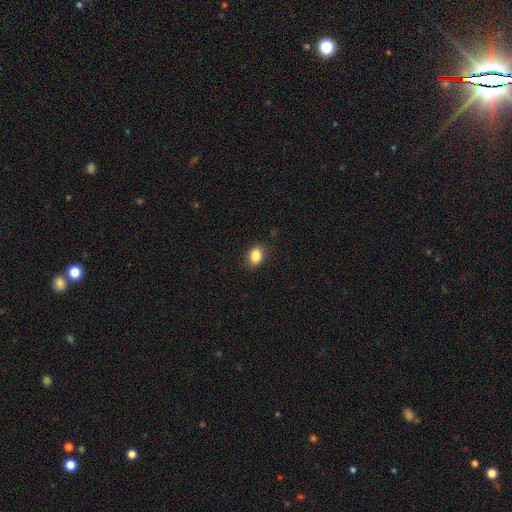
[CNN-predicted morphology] smooth_or_featured: smooth (p=0.85) [alt: star or artifact p=0.10]
how_rounded: in between (p=0.59) [alt: round p=0.40]
merging: none (p=0.85) [alt: minor disturbance p=0.12]